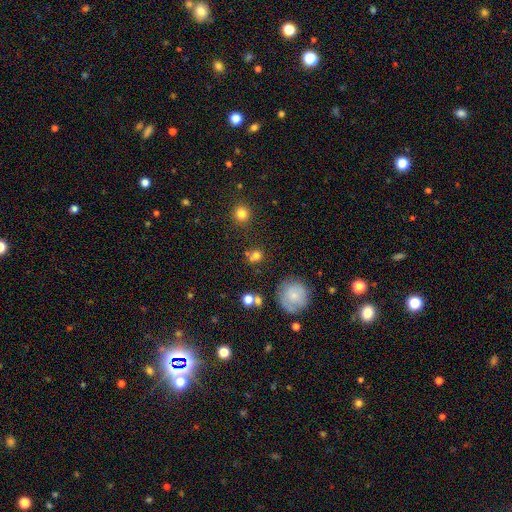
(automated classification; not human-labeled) smooth-or-featured: smooth: 74% | star or artifact: 16% | featured or disk: 10%
  how-rounded: round: 83% | in between: 16% | cigar-shaped: 1%
  merging: none: 66% | merger: 17% | minor disturbance: 12% | major disturbance: 5%